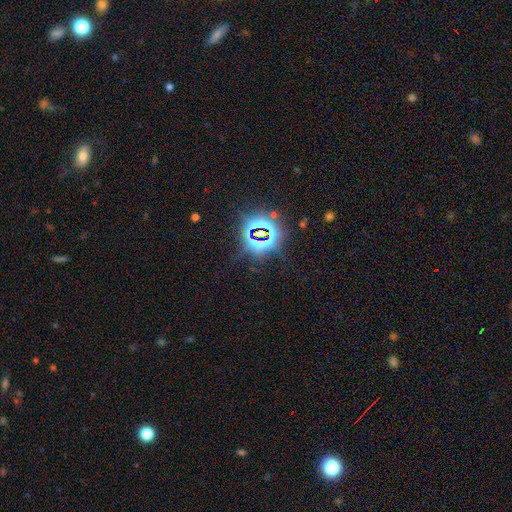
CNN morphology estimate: Q: Smooth or featured?
A: star or artifact (81%); runner-up: smooth (11%)